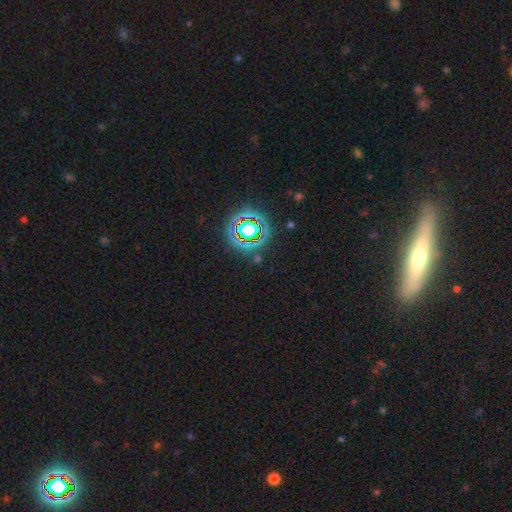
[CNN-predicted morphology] smooth_or_featured: star or artifact (p=0.71) [alt: smooth p=0.18]